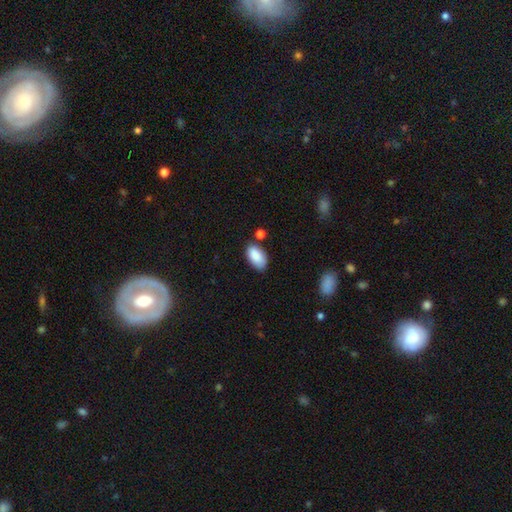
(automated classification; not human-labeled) Smooth or featured: smooth — 88% (star or artifact — 6%)
How rounded: in between — 95% (round — 3%)
Merging: none — 69% (minor disturbance — 20%)